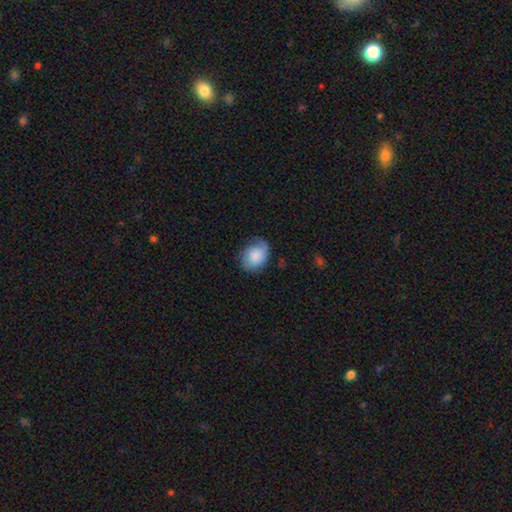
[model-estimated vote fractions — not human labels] Smooth or featured?
  - smooth: 70% *
  - featured or disk: 22%
  - star or artifact: 7%
How rounded?
  - in between: 56% *
  - round: 43%
  - cigar-shaped: 1%
Merging?
  - none: 59% *
  - minor disturbance: 29%
  - major disturbance: 11%
  - merger: 1%